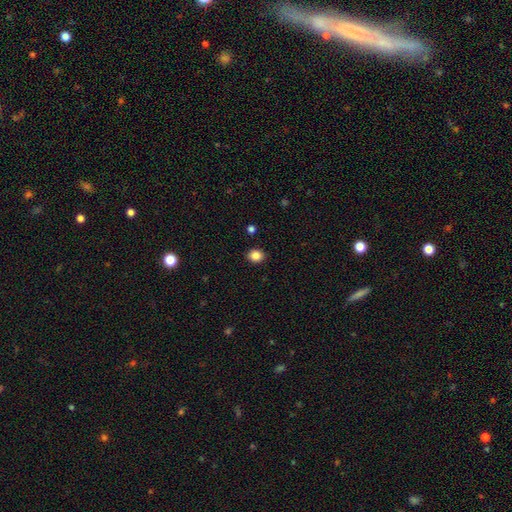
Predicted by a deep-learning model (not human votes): smooth 85%, star or artifact 10%, featured or disk 4%. Down the decision tree: how rounded — round (64%); merging — none (90%).